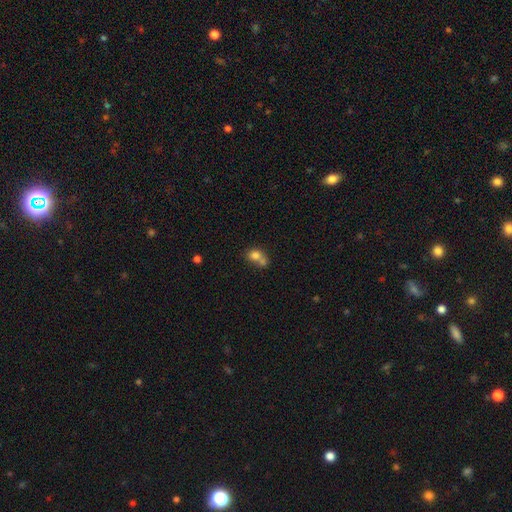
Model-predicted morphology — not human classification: Smooth or featured? smooth (76%)
How rounded? round (60%)
Merging? merger (55%)